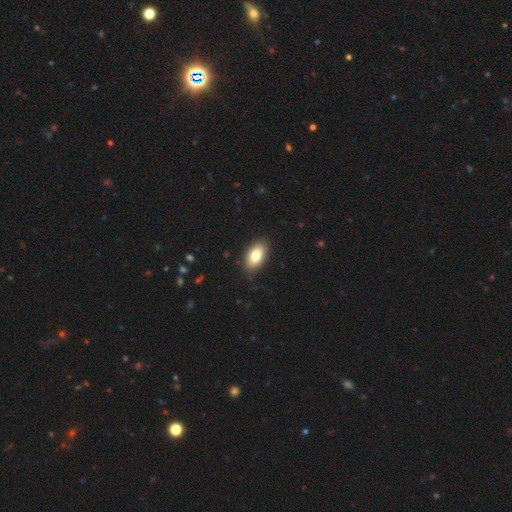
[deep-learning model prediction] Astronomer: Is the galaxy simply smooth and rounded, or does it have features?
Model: smooth — 81%.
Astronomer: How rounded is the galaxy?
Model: in between — 92%.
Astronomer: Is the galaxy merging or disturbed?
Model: none — 86%.